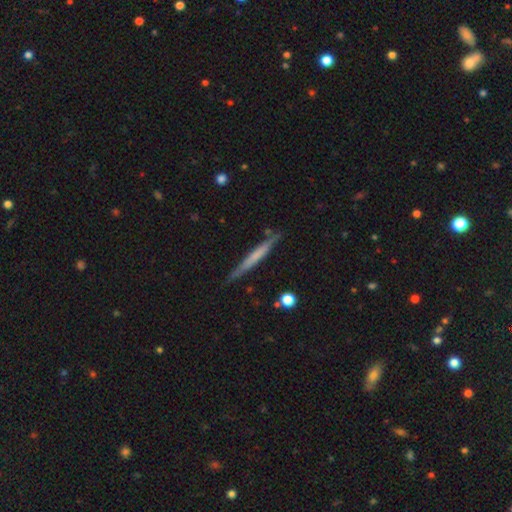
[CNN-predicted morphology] Overall: featured or disk (48%; smooth 46%). Merging: none (85%).